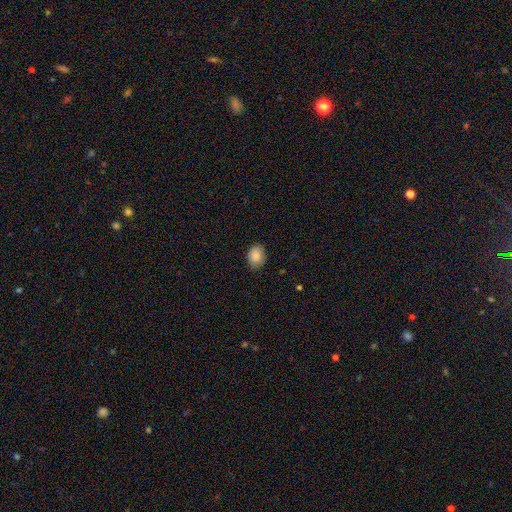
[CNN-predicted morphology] Smooth or featured: smooth — 88% (star or artifact — 7%)
How rounded: in between — 71% (round — 28%)
Merging: none — 82% (minor disturbance — 14%)